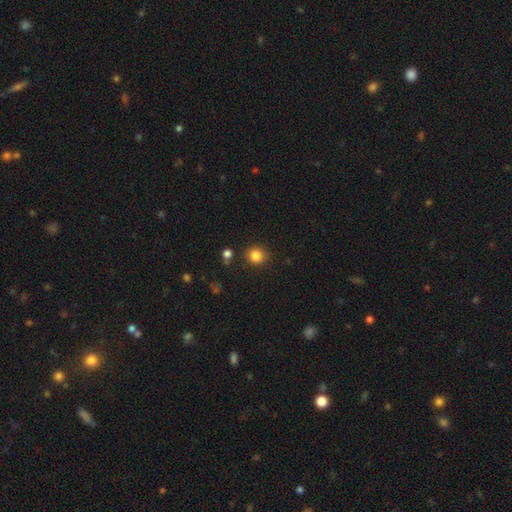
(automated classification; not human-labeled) Smooth or featured: smooth — 84% (star or artifact — 11%)
How rounded: round — 88% (in between — 11%)
Merging: none — 85% (minor disturbance — 9%)